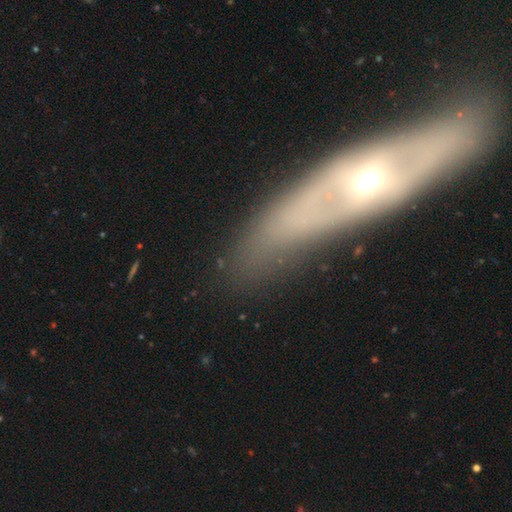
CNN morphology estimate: Q: Smooth or featured?
A: smooth (42%); runner-up: featured or disk (37%)
Q: Merging?
A: none (68%); runner-up: minor disturbance (15%)